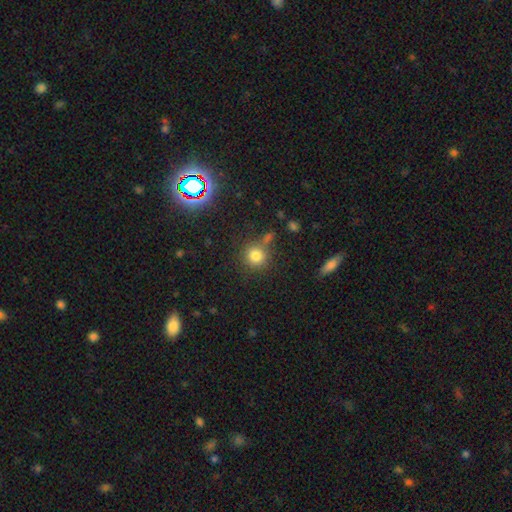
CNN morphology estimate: smooth-or-featured: smooth: 80% | star or artifact: 14% | featured or disk: 7%
  how-rounded: round: 90% | in between: 9% | cigar-shaped: 1%
  merging: none: 72% | minor disturbance: 12% | merger: 12% | major disturbance: 5%